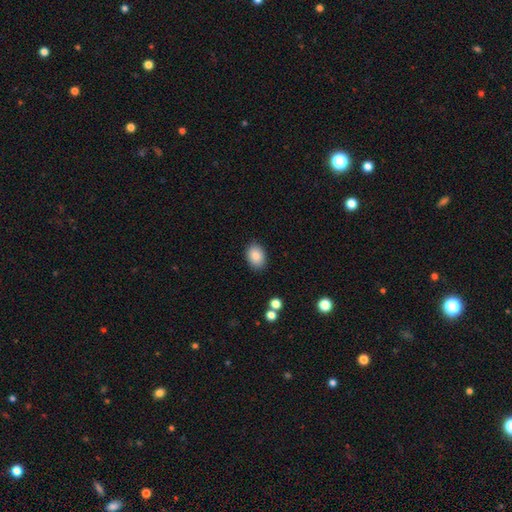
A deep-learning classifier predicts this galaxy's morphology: smooth-or-featured: smooth: 86% | star or artifact: 8% | featured or disk: 6%
  how-rounded: in between: 79% | round: 20% | cigar-shaped: 1%
  merging: none: 87% | minor disturbance: 9% | major disturbance: 2% | merger: 1%